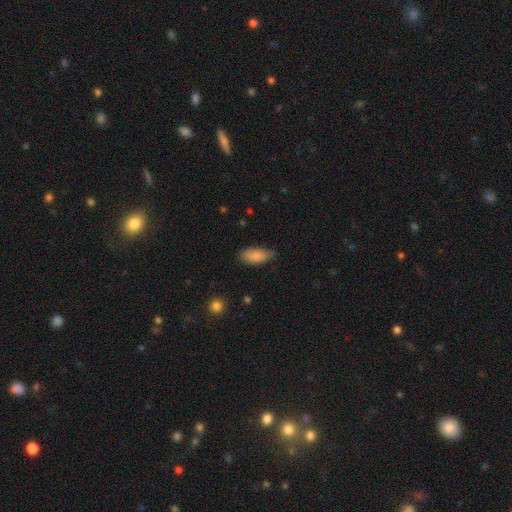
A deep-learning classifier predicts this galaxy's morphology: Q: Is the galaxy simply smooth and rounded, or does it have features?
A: smooth — 85%.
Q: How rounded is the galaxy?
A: in between — 88%.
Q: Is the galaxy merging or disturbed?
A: none — 70%.